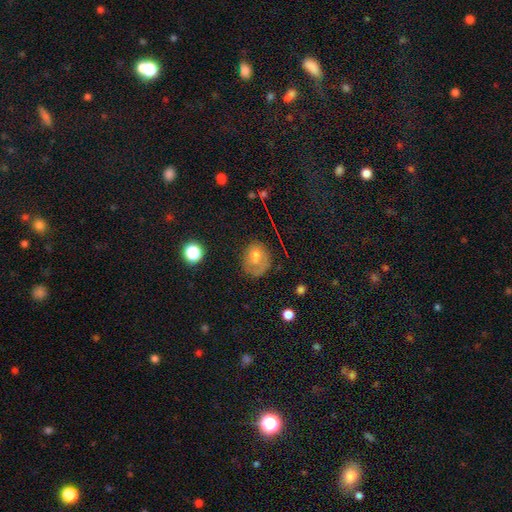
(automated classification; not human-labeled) A smooth galaxy with no disk features (53%) that is round (55%).

Vote fractions:
- Smooth or featured? smooth: 53% / featured or disk: 31% / star or artifact: 16%
- How rounded? round: 55% / in between: 44% / cigar-shaped: 1%
- Merging? none: 55% / minor disturbance: 24% / major disturbance: 17% / merger: 4%